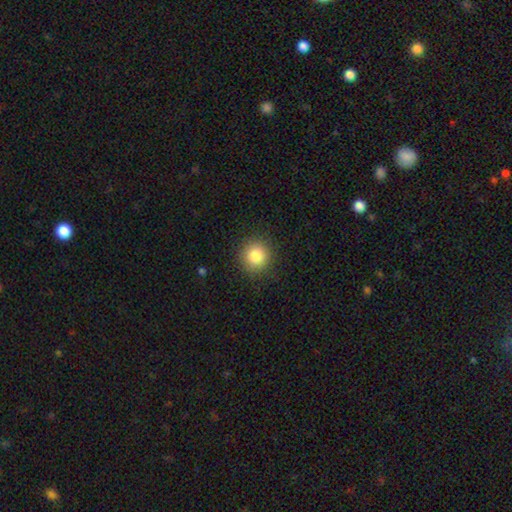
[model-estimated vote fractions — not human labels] The model was most divided on "smooth or featured": smooth: 85%, star or artifact: 10%, featured or disk: 5%. More confident: how rounded — round (92%); merging — none (90%).